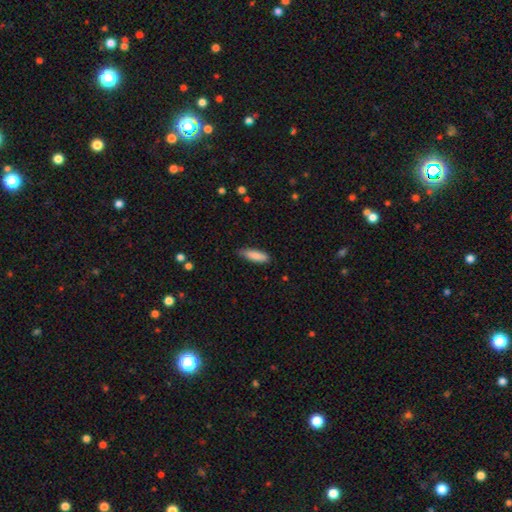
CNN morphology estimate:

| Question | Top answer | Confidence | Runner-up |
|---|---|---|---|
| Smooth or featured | smooth | 86% | featured or disk (8%) |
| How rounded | cigar-shaped | 52% | in between (46%) |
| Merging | none | 80% | minor disturbance (17%) |